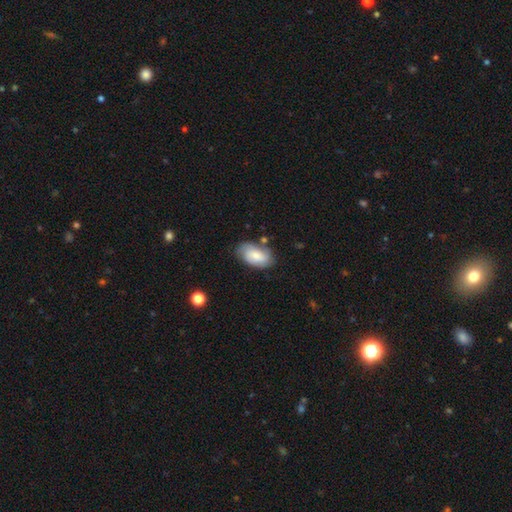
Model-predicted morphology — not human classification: This is possibly a smooth galaxy (53%). How rounded: clearly in between (91%). Merging: likely none (69%).